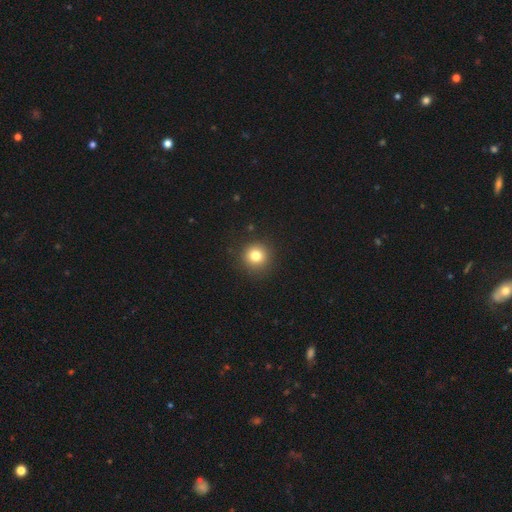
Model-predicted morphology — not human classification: Smooth or featured: smooth — 80% (star or artifact — 12%)
How rounded: round — 94% (in between — 5%)
Merging: none — 90% (minor disturbance — 6%)